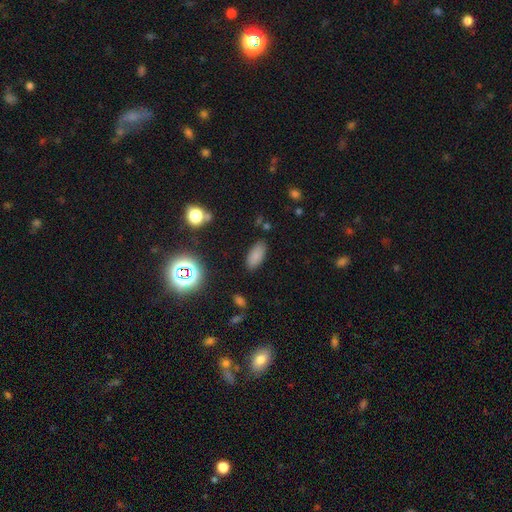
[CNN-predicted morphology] Overall: smooth (80%). How rounded: in between (90%). Merging: none (85%).